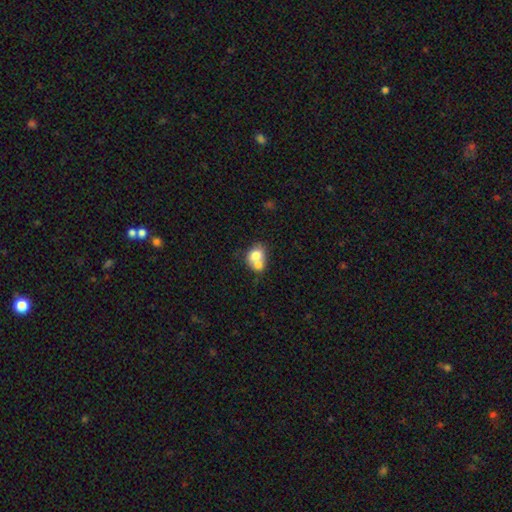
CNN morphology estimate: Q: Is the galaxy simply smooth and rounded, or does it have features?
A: smooth — 71%.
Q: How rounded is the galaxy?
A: round — 56%.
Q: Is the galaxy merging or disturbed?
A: merger — 66%.